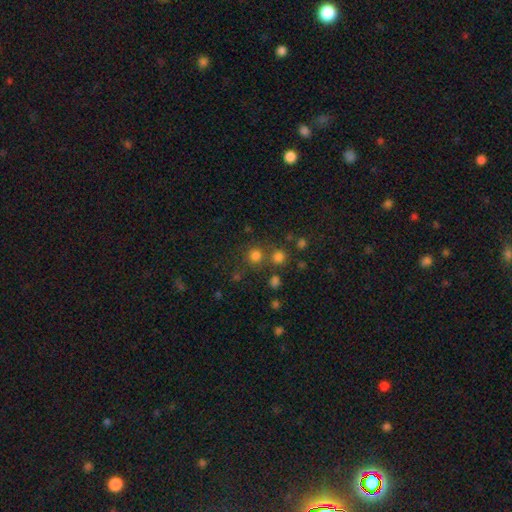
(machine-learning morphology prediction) A smooth galaxy with no disk features (76%) that is round (92%).

Vote fractions:
- Smooth or featured? smooth: 76% / star or artifact: 18% / featured or disk: 6%
- How rounded? round: 92% / in between: 7% / cigar-shaped: 1%
- Merging? none: 70% / merger: 17% / minor disturbance: 8% / major disturbance: 4%